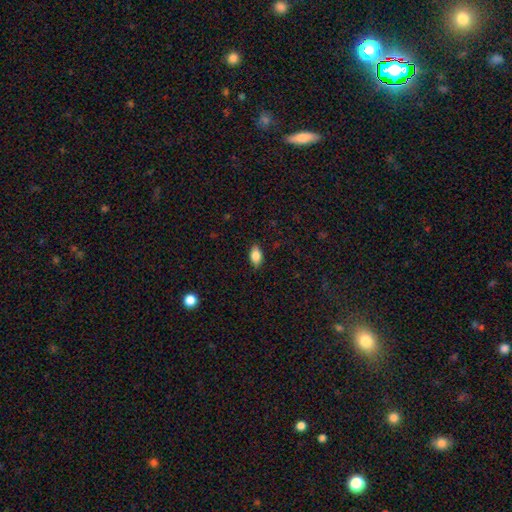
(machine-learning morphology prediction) smooth-or-featured: smooth: 83% | featured or disk: 10% | star or artifact: 8%
  how-rounded: in between: 89% | round: 7% | cigar-shaped: 4%
  merging: none: 86% | minor disturbance: 10% | major disturbance: 2% | merger: 1%